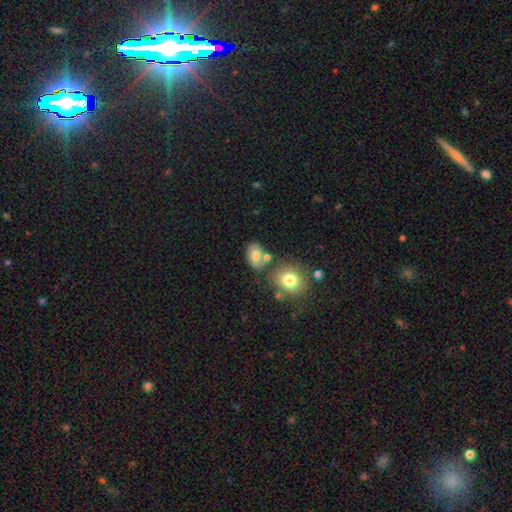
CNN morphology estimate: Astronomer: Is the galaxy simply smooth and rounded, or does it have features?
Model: smooth — 71%.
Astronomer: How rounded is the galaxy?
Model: in between — 74%.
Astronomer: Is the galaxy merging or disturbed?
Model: none — 57%.